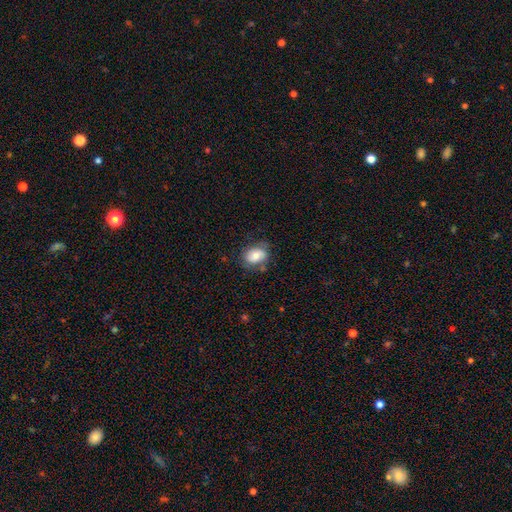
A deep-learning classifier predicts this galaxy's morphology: This is likely a smooth galaxy (72%). How rounded: likely in between (76%). Merging: likely none (65%).